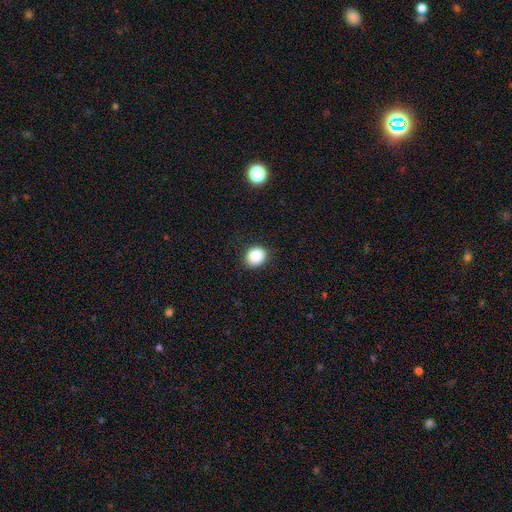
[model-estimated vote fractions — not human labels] smooth-or-featured: smooth: 88% | star or artifact: 9% | featured or disk: 3%
  how-rounded: round: 70% | in between: 29% | cigar-shaped: 1%
  merging: none: 87% | minor disturbance: 10% | major disturbance: 3% | merger: 1%